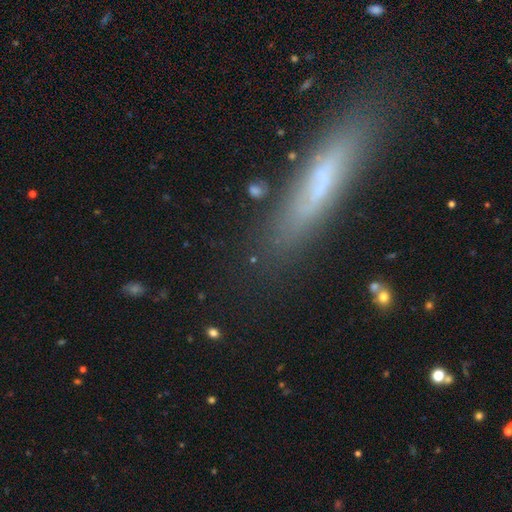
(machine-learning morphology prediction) Smooth or featured? smooth (49%)
Merging? none (83%)